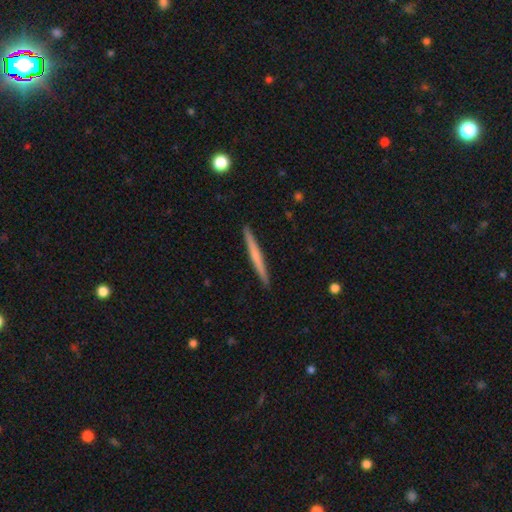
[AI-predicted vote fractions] Smooth or featured: smooth — 49% (featured or disk — 46%)
Merging: none — 92% (minor disturbance — 5%)